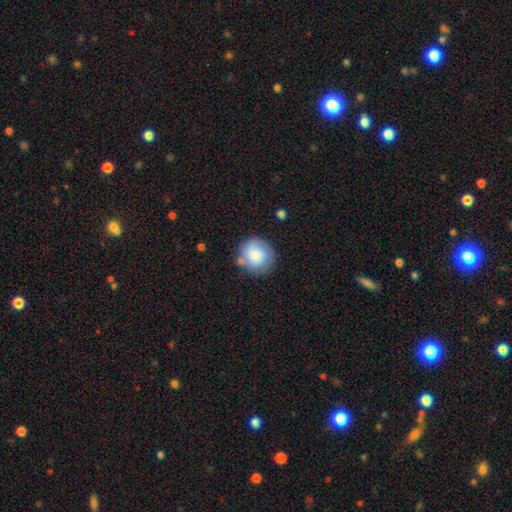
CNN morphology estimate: A smooth galaxy with no disk features (80%) that is round (89%). Merging: none (71%).